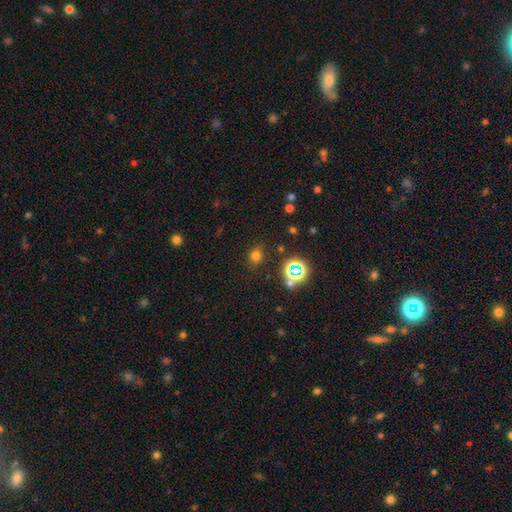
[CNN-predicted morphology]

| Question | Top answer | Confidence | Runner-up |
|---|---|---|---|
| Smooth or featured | smooth | 67% | star or artifact (26%) |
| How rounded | round | 73% | in between (26%) |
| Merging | none | 82% | minor disturbance (11%) |